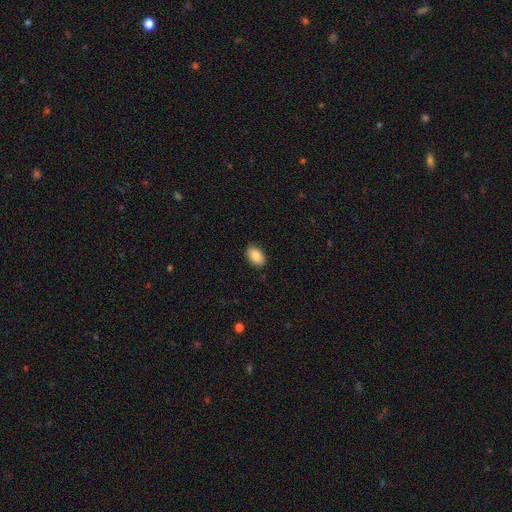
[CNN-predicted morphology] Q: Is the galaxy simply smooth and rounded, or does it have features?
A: smooth — 86%.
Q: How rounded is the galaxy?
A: in between — 91%.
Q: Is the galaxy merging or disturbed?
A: none — 88%.